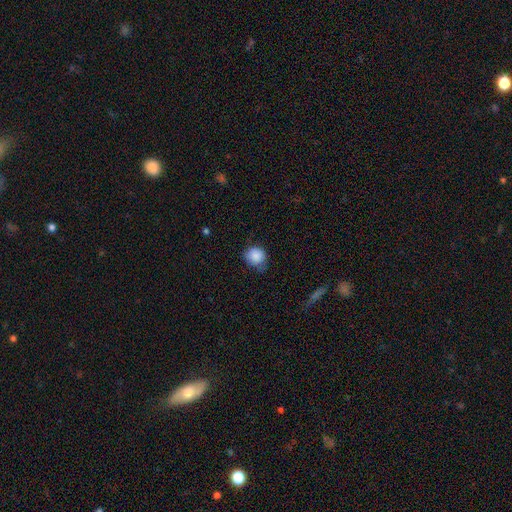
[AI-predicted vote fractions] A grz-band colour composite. It shows a smooth galaxy with no disk features (86%) that is round (80%). Merging: none (56%).